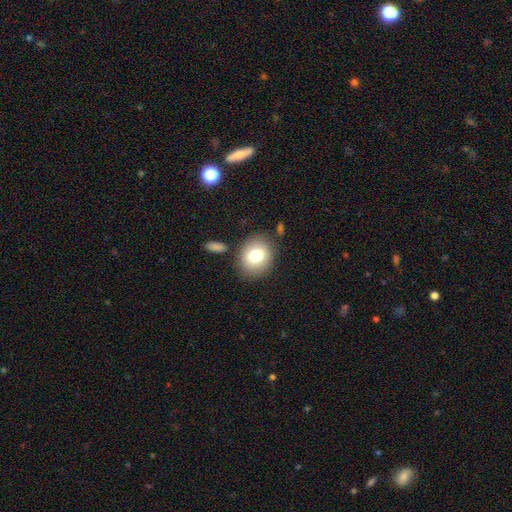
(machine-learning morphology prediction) Overall: smooth (77%). How rounded: round (58%; in between 41%). Merging: none (80%).